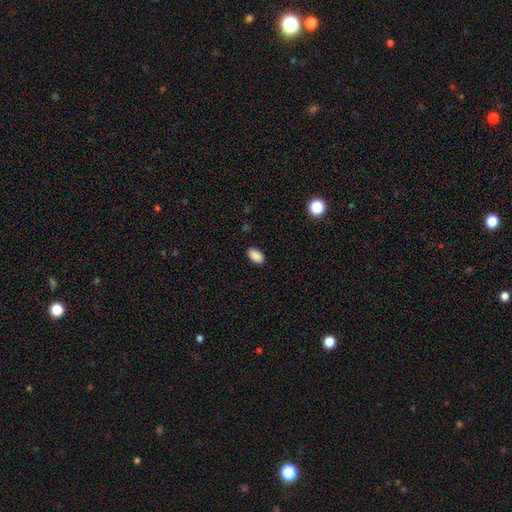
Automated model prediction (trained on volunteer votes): Smooth or featured: smooth — 89% (star or artifact — 8%)
How rounded: in between — 93% (round — 6%)
Merging: none — 88% (minor disturbance — 9%)